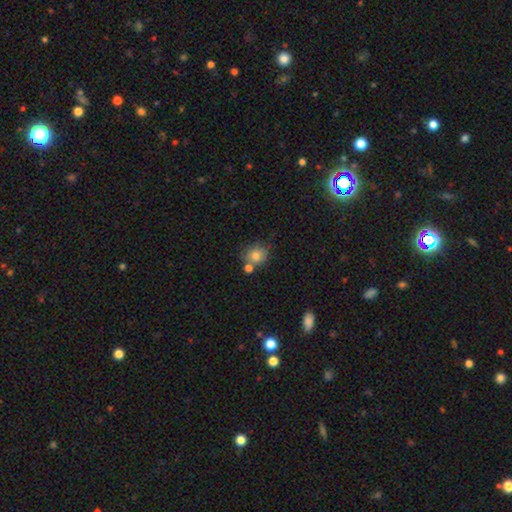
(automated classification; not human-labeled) Smooth or featured?
  - smooth: 79% *
  - featured or disk: 10%
  - star or artifact: 10%
How rounded?
  - round: 78% *
  - in between: 21%
  - cigar-shaped: 1%
Merging?
  - none: 59% *
  - merger: 23%
  - minor disturbance: 14%
  - major disturbance: 4%